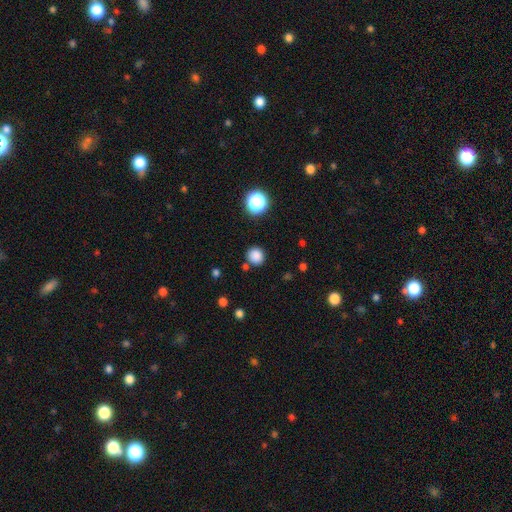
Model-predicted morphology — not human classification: Smooth or featured? Predicted: smooth (p=0.84). How rounded? Predicted: round (p=0.90). Merging? Predicted: none (p=0.85).